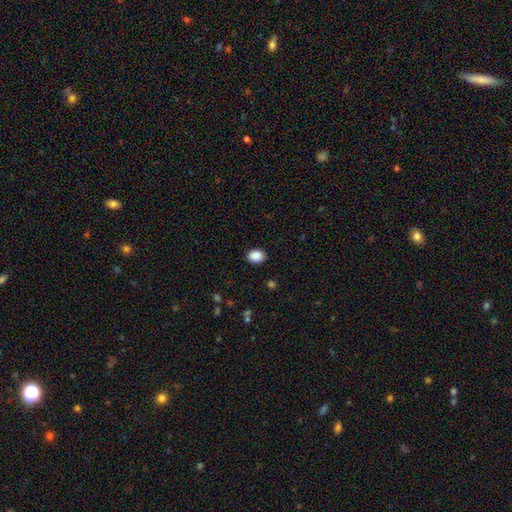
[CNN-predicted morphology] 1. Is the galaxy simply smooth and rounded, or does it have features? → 89% smooth, 8% star or artifact, 3% featured or disk.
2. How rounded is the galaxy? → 63% in between, 36% round, 1% cigar-shaped.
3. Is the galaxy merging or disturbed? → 89% none, 8% minor disturbance, 2% major disturbance, 1% merger.